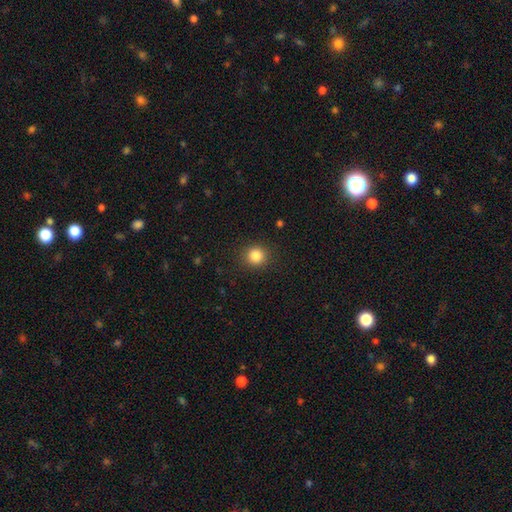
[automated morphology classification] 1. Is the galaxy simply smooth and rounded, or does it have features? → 85% smooth, 11% star or artifact, 4% featured or disk.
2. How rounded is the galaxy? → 90% round, 9% in between, 1% cigar-shaped.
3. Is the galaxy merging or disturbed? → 90% none, 7% minor disturbance, 3% major disturbance, 1% merger.